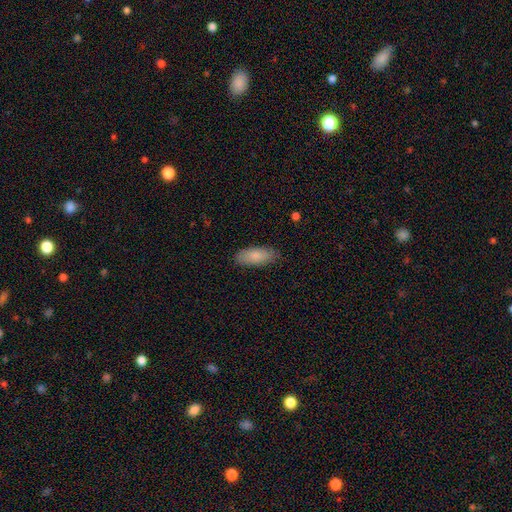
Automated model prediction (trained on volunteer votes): Smooth or featured?
  - smooth: 83% *
  - featured or disk: 11%
  - star or artifact: 6%
How rounded?
  - in between: 82% *
  - cigar-shaped: 17%
  - round: 2%
Merging?
  - none: 83% *
  - minor disturbance: 13%
  - major disturbance: 2%
  - merger: 1%